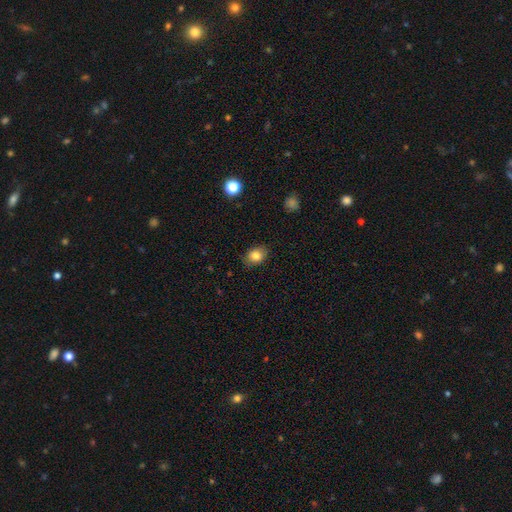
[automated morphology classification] A smooth galaxy with no disk features (83%) that is in between round and cigar-shaped (67%).

Vote fractions:
- Smooth or featured? smooth: 83% / star or artifact: 9% / featured or disk: 8%
- How rounded? in between: 67% / round: 32% / cigar-shaped: 1%
- Merging? none: 83% / minor disturbance: 13% / major disturbance: 3% / merger: 1%